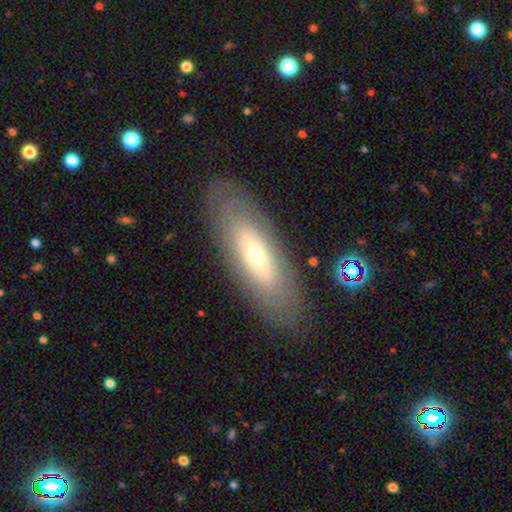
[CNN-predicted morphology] featured or disk 52%, smooth 40%, star or artifact 8%. Down the decision tree: edge-on disk — no (75%); merging — none (84%).